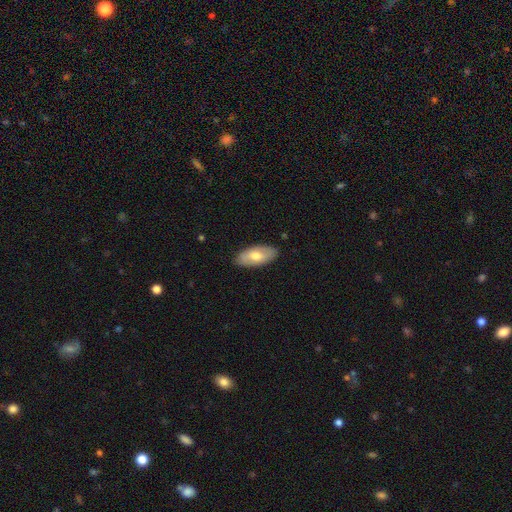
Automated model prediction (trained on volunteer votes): This is likely a smooth galaxy (65%). How rounded: clearly in between (91%). Merging: clearly none (86%).